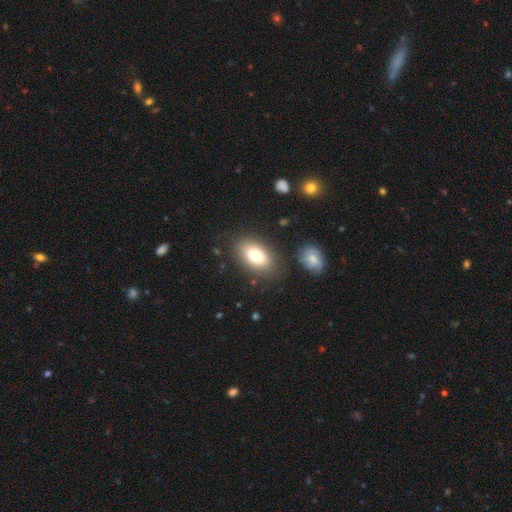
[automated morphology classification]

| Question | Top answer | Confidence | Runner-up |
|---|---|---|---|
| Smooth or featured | smooth | 81% | featured or disk (12%) |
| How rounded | in between | 91% | round (7%) |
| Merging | none | 81% | minor disturbance (11%) |